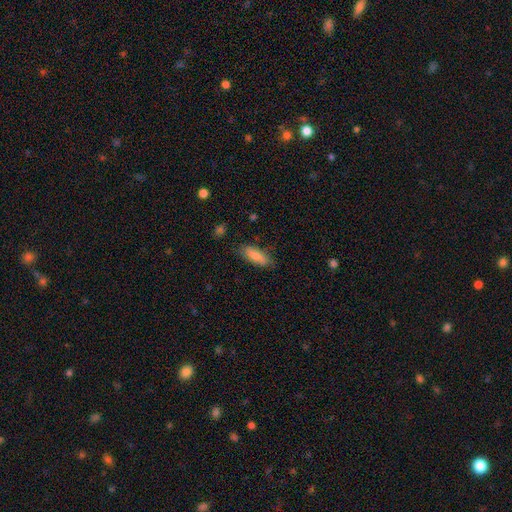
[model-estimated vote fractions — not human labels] smooth-or-featured: smooth: 76% | featured or disk: 18% | star or artifact: 6%
  how-rounded: in between: 70% | cigar-shaped: 28% | round: 2%
  merging: none: 78% | minor disturbance: 17% | major disturbance: 4% | merger: 2%